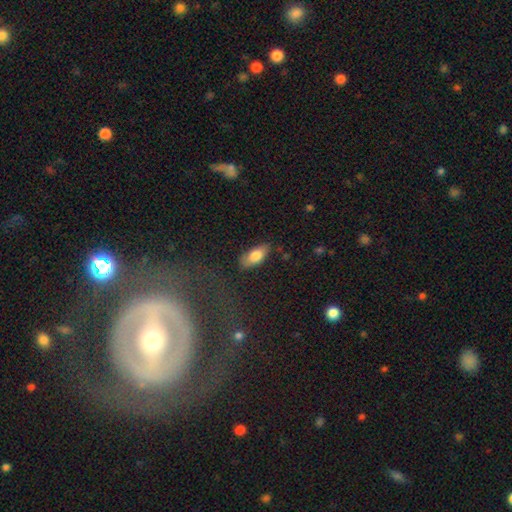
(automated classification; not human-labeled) smooth-or-featured: smooth: 78% | featured or disk: 16% | star or artifact: 6%
  how-rounded: in between: 87% | cigar-shaped: 10% | round: 3%
  merging: none: 82% | minor disturbance: 14% | major disturbance: 3% | merger: 2%